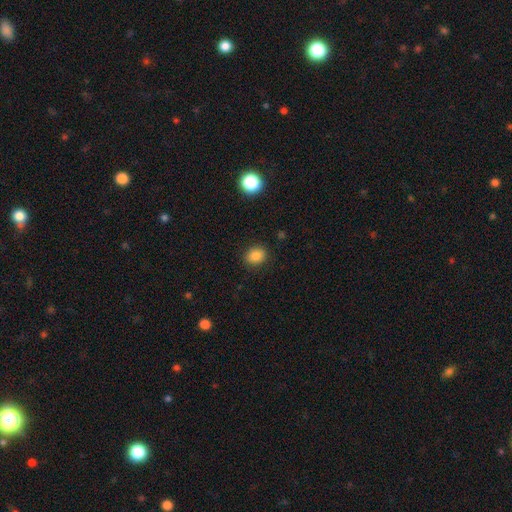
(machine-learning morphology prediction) Smooth or featured: smooth — 85% (star or artifact — 11%)
How rounded: round — 58% (in between — 41%)
Merging: none — 89% (minor disturbance — 8%)